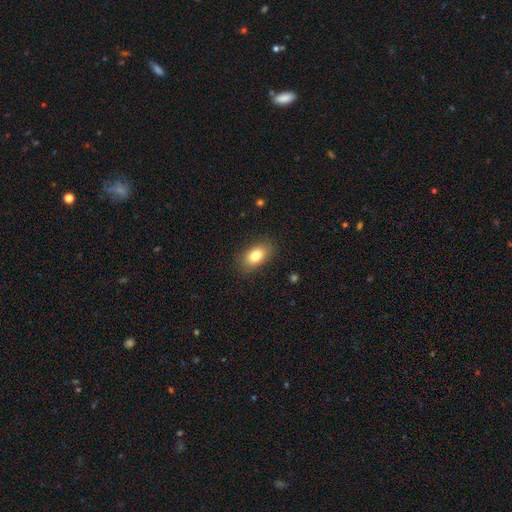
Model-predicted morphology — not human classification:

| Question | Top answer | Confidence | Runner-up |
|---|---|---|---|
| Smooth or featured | smooth | 80% | featured or disk (12%) |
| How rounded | in between | 88% | round (9%) |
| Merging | none | 86% | minor disturbance (11%) |